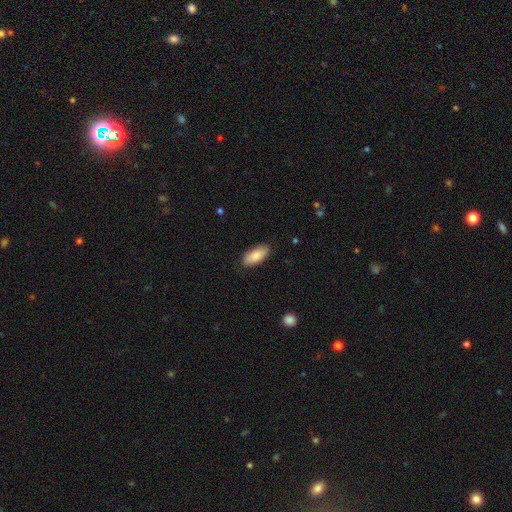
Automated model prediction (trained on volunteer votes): A smooth galaxy with no disk features (84%) that is in between round and cigar-shaped (90%). Merging: none (86%).